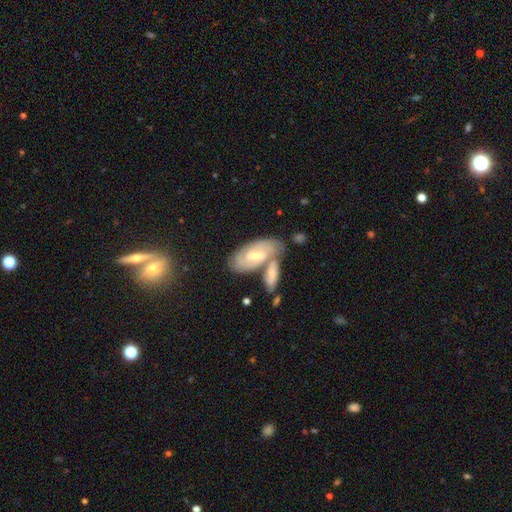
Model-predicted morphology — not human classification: type=featured or disk (68%); edge-on=no (91%); bar=weak (49%); spiral arms=yes (87%); winding=tight (65%); arm count=2 (49%); bulge=moderate (53%); merging=none (49%).